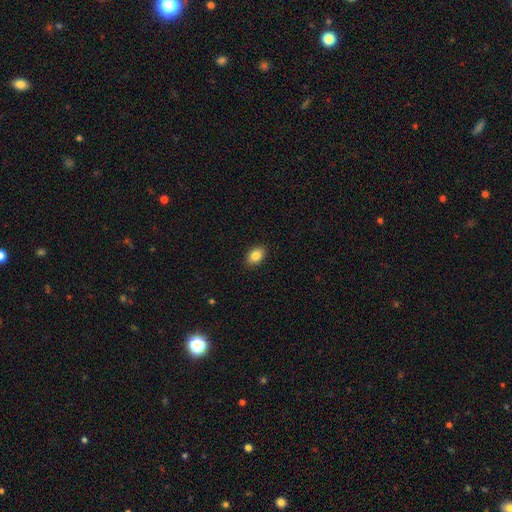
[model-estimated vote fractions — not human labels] Q: Smooth or featured?
A: smooth (86%); runner-up: star or artifact (8%)
Q: How rounded?
A: in between (83%); runner-up: round (16%)
Q: Merging?
A: none (90%); runner-up: minor disturbance (8%)